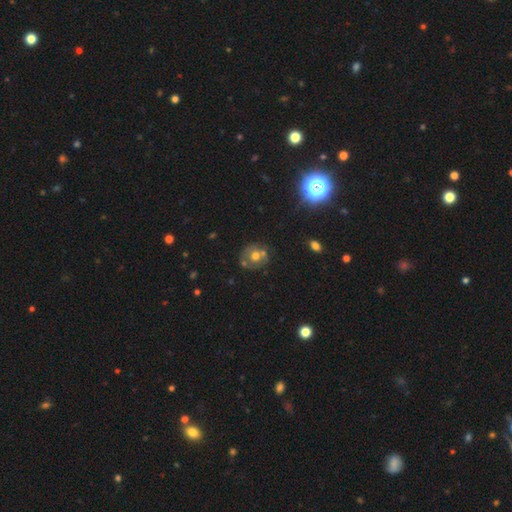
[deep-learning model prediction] Smooth or featured? Predicted: smooth (p=0.46). Merging? Predicted: none (p=0.61).